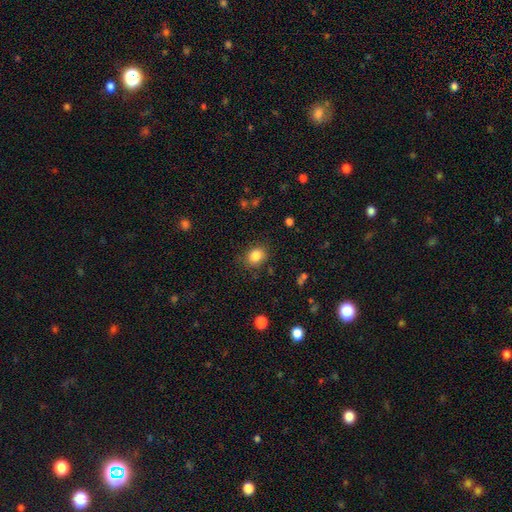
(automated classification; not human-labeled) Smooth or featured: smooth — 84% (star or artifact — 10%)
How rounded: round — 58% (in between — 41%)
Merging: none — 80% (minor disturbance — 14%)